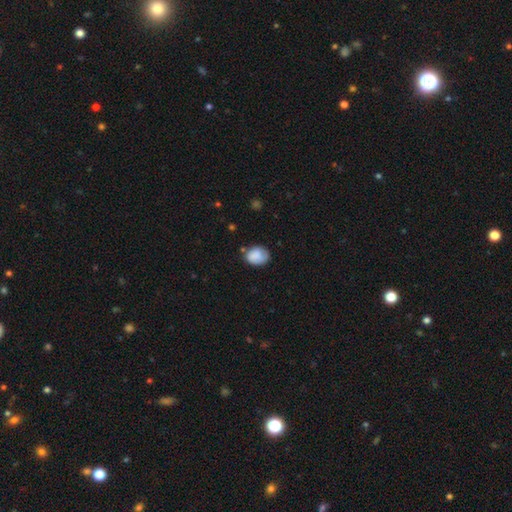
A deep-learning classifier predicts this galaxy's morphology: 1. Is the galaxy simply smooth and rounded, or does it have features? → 81% smooth, 12% featured or disk, 7% star or artifact.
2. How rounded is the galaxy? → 52% in between, 47% round, 1% cigar-shaped.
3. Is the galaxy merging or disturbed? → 64% none, 26% minor disturbance, 7% major disturbance, 3% merger.